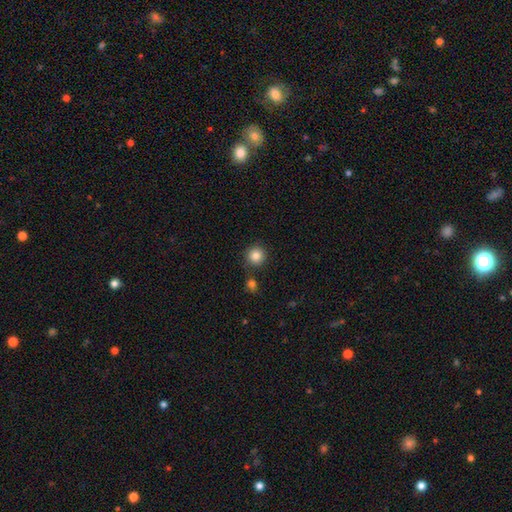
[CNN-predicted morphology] Q: Smooth or featured?
A: smooth (84%); runner-up: star or artifact (10%)
Q: How rounded?
A: round (94%); runner-up: in between (5%)
Q: Merging?
A: none (83%); runner-up: minor disturbance (8%)